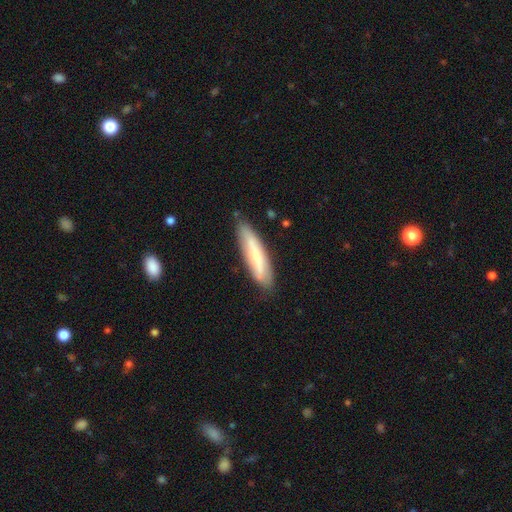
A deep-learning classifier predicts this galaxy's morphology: The model was most divided on "smooth or featured": smooth: 60%, featured or disk: 34%, star or artifact: 6%. More confident: merging — none (79%); how rounded — cigar-shaped (78%).